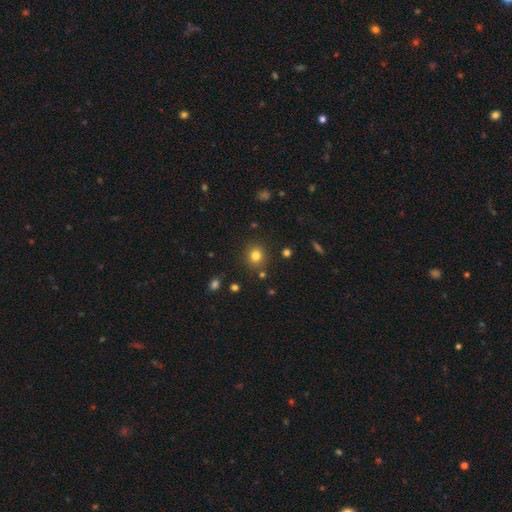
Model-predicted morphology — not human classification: This appears to be a smooth galaxy with no disk features (80%) that is round (87%). Merging: none (87%).